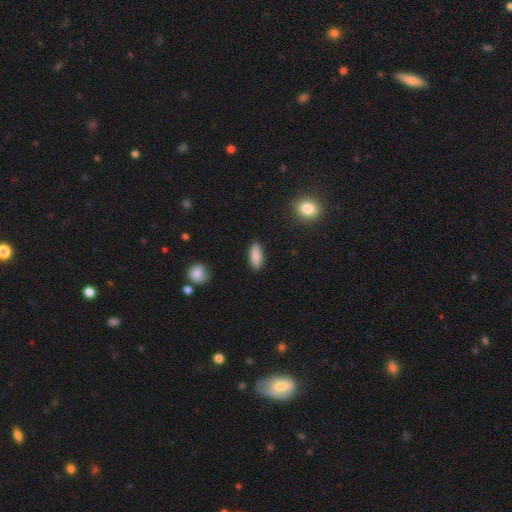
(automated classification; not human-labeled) This appears to be a smooth galaxy with no disk features (88%) that is in between round and cigar-shaped (66%). Merging: none (88%).